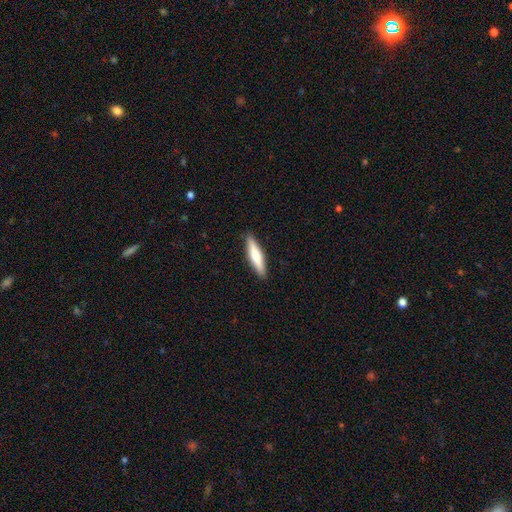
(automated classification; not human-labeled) This is likely a smooth galaxy (63%). How rounded: clearly cigar-shaped (81%). Merging: clearly none (90%).